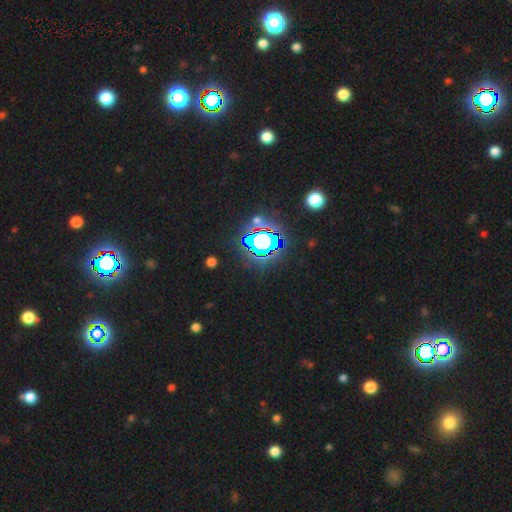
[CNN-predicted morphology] The model was most divided on "smooth or featured": star or artifact: 83%, smooth: 10%, featured or disk: 7%.